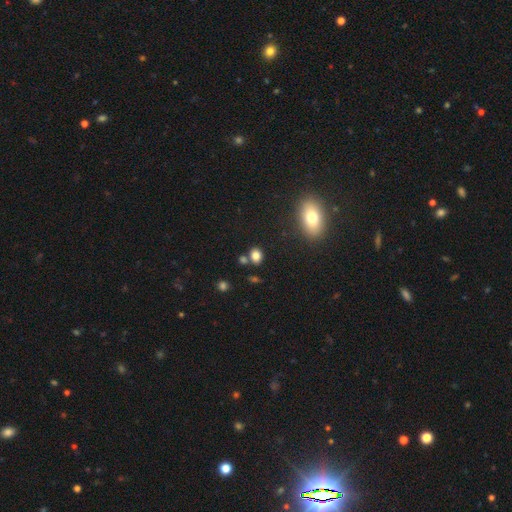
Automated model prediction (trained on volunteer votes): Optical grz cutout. It shows a smooth galaxy with no disk features (81%) that is in between round and cigar-shaped (51%). Merging: none (72%).